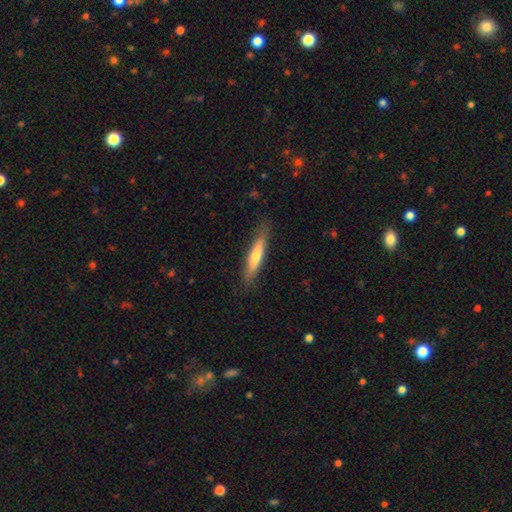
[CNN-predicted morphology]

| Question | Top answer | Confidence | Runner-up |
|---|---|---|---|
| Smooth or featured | smooth | 62% | featured or disk (32%) |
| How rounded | cigar-shaped | 85% | in between (13%) |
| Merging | none | 85% | minor disturbance (12%) |